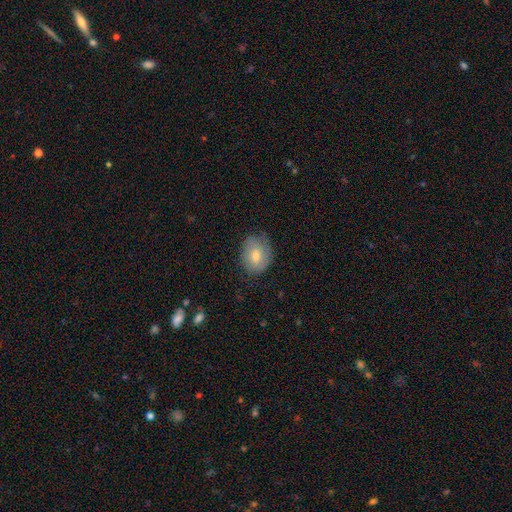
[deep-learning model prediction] A smooth galaxy with no disk features (64%) that is in between round and cigar-shaped (51%). Merging: none (71%).